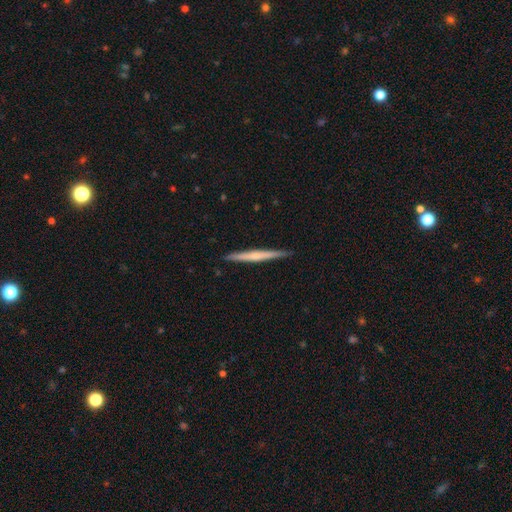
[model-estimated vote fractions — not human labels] Smooth or featured?
  - featured or disk: 59% *
  - smooth: 36%
  - star or artifact: 5%
Edge-on disk?
  - yes: 98% *
  - no: 2%
Edge-on bulge?
  - rounded: 49% *
  - none: 44%
  - boxy: 7%
Merging?
  - none: 91% *
  - minor disturbance: 6%
  - major disturbance: 1%
  - merger: 1%